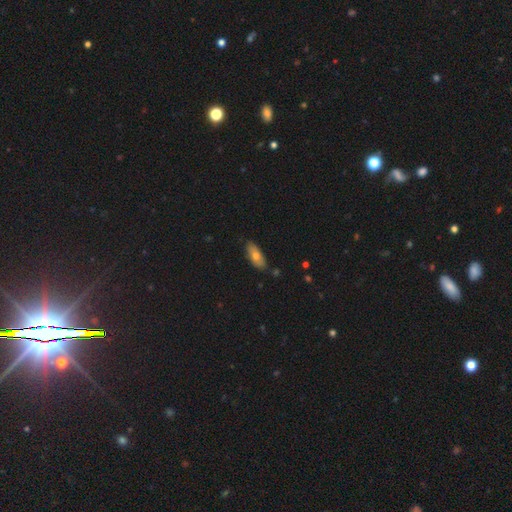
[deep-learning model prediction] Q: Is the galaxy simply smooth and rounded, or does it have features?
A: smooth — 69%.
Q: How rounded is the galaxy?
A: in between — 81%.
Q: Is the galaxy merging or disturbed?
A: none — 83%.